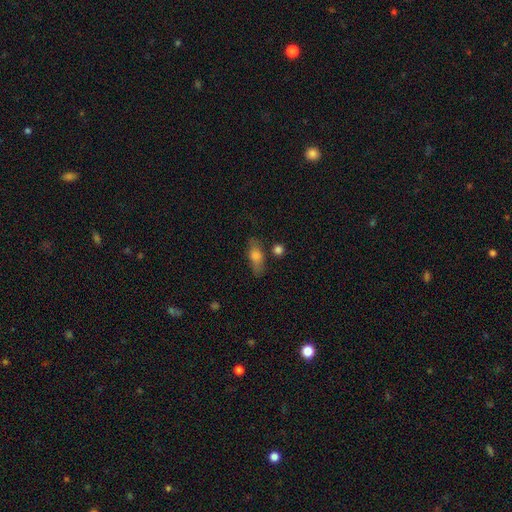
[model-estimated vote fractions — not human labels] smooth-or-featured: smooth: 65% | featured or disk: 25% | star or artifact: 10%
  how-rounded: in between: 59% | cigar-shaped: 36% | round: 6%
  merging: none: 73% | minor disturbance: 17% | major disturbance: 5% | merger: 5%